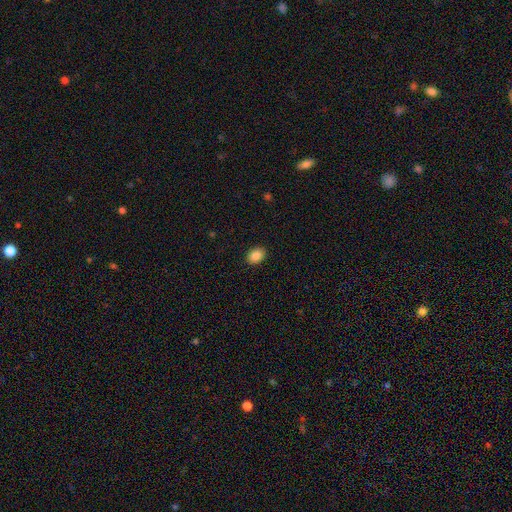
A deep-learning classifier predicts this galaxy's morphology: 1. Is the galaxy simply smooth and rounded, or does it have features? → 88% smooth, 8% star or artifact, 4% featured or disk.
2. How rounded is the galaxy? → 78% in between, 21% round, 1% cigar-shaped.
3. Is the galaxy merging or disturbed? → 90% none, 7% minor disturbance, 2% major disturbance, 1% merger.